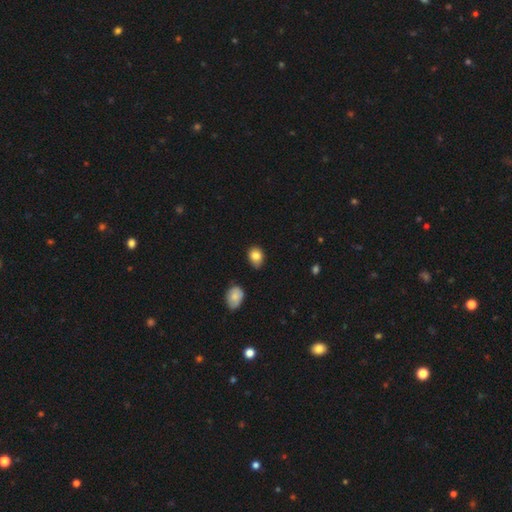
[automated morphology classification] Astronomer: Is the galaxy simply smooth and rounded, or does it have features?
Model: smooth — 84%.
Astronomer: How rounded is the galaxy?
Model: in between — 59% (runner-up: round, 40%).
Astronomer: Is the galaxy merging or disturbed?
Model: none — 71%.